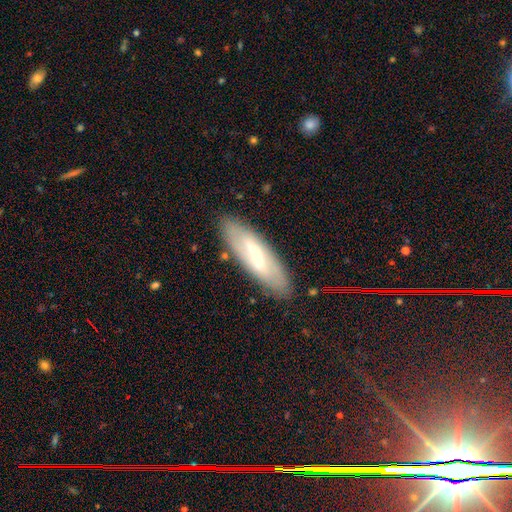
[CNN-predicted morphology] Smooth or featured? Predicted: featured or disk (p=0.53). Edge-on disk? Predicted: no (p=0.69). Merging? Predicted: none (p=0.85).